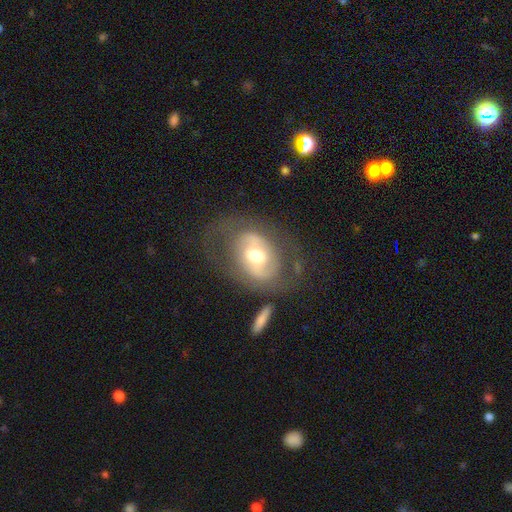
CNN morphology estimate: Smooth or featured? featured or disk (66%)
Edge-on disk? no (94%)
Bar? no (40%)
Spiral arms? yes (59%)
Bulge size? moderate (68%)
Merging? none (60%)